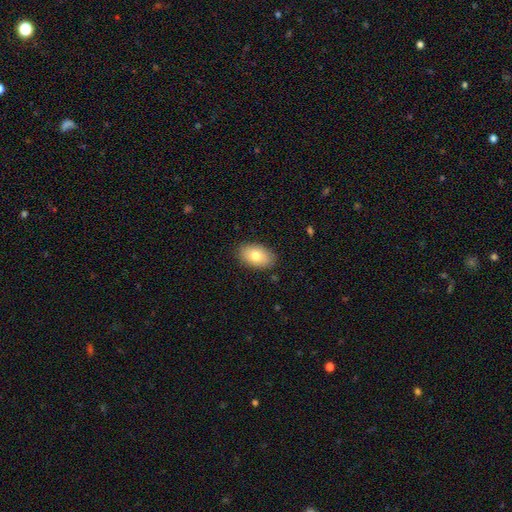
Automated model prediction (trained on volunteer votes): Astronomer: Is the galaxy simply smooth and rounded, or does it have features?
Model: smooth — 79%.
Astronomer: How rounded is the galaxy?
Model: in between — 92%.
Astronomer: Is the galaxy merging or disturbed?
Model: none — 87%.